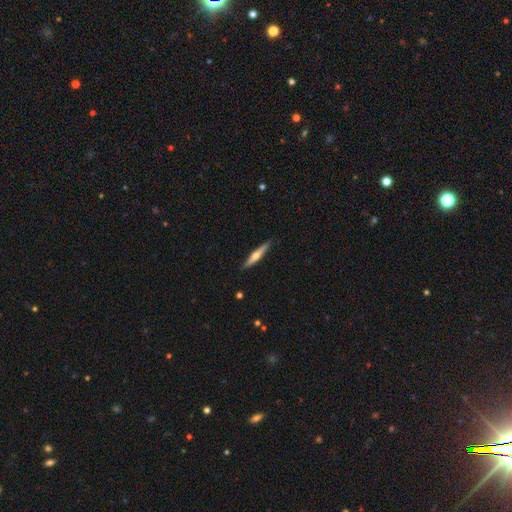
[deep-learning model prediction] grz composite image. It shows a featured or disk galaxy (54%) viewed edge-on (96%) with a rounded central bulge (87%). Merging: none (89%).